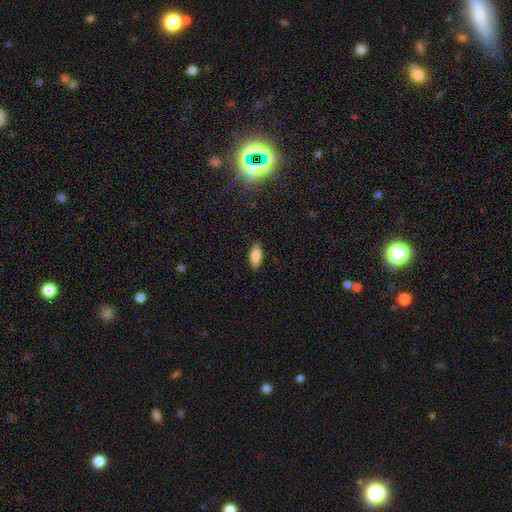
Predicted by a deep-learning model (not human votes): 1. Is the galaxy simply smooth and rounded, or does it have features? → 79% smooth, 14% featured or disk, 7% star or artifact.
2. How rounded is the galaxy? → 75% in between, 23% cigar-shaped, 2% round.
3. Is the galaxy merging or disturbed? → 87% none, 10% minor disturbance, 2% major disturbance, 1% merger.